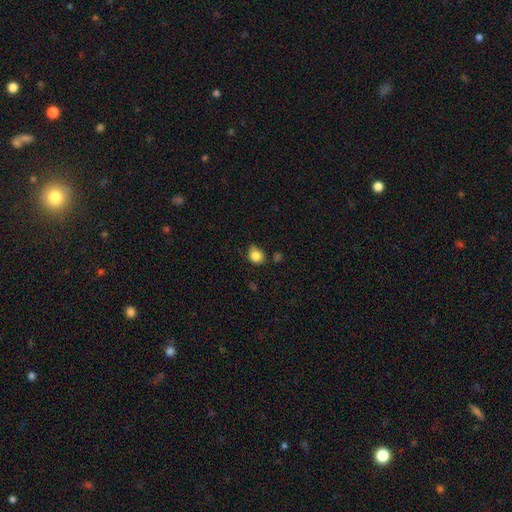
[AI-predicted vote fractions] Q: Smooth or featured?
A: smooth (83%); runner-up: star or artifact (10%)
Q: How rounded?
A: round (57%); runner-up: in between (42%)
Q: Merging?
A: none (66%); runner-up: minor disturbance (25%)